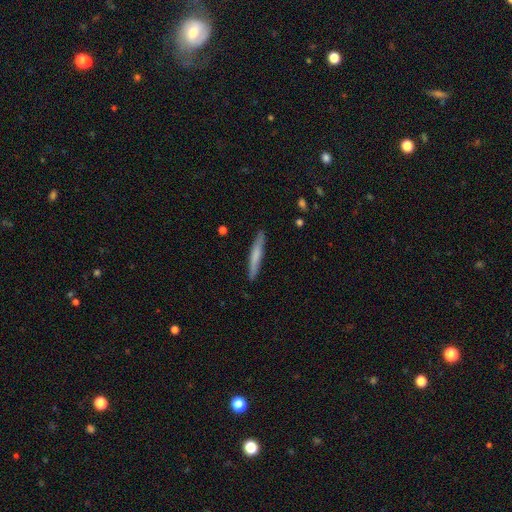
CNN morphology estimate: Smooth or featured? smooth (65%)
How rounded? cigar-shaped (95%)
Merging? none (89%)